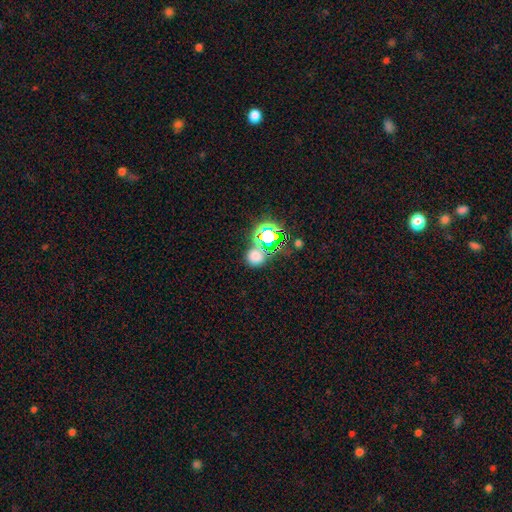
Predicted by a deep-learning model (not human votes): The model was most divided on "smooth or featured": smooth: 62%, star or artifact: 31%, featured or disk: 7%. More confident: how rounded — round (78%); merging — none (66%).